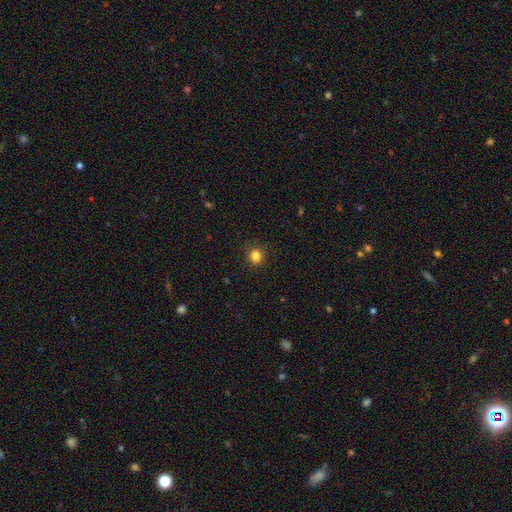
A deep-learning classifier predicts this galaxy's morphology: This appears to be a smooth galaxy with no disk features (83%) that is round (83%). Merging: none (89%).